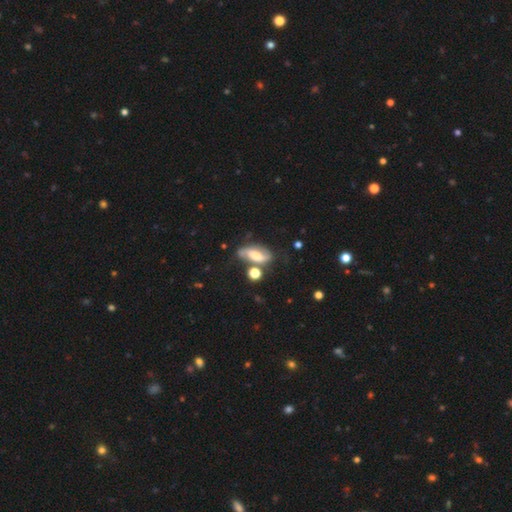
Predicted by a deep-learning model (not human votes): Morphology: type=featured or disk (59%); edge-on=no (88%); bar=weak (36%, tied with no); spiral arms=yes (85%); bulge=moderate (45%); merging=none (50%).